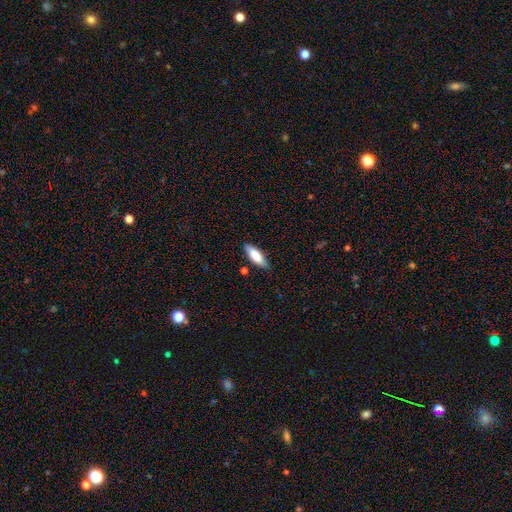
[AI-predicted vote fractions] smooth 80%, featured or disk 14%, star or artifact 6%. Down the decision tree: how rounded — in between (64%); merging — none (83%).